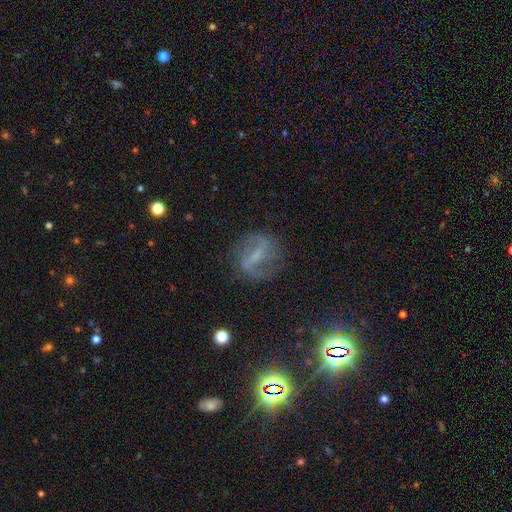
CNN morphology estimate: Smooth or featured? Predicted: featured or disk (p=0.71). Edge-on disk? Predicted: no (p=0.92). Bar? Predicted: strong (p=0.61). Spiral arms? Predicted: yes (p=0.78). Spiral winding? Predicted: loose (p=0.46). Spiral arm count? Predicted: 2 (p=0.82). Bulge size? Predicted: none (p=0.46). Merging? Predicted: none (p=0.74).